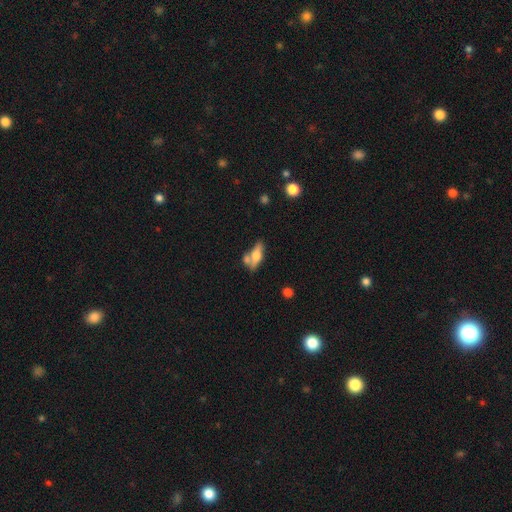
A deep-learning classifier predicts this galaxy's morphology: type=smooth (52%); roundness=in between (60%); merging=none (47%).